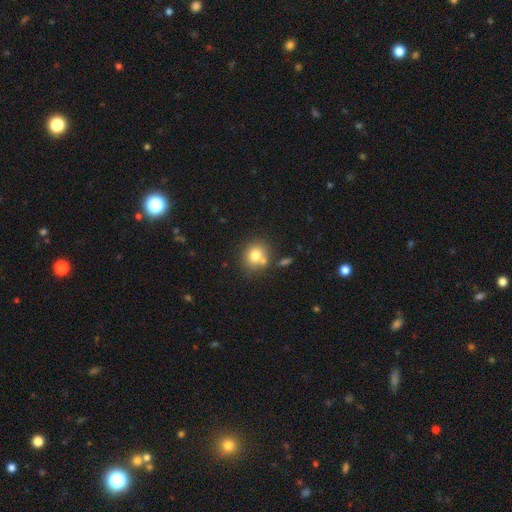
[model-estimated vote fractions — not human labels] A smooth galaxy with no disk features (77%) that is round (75%).

Vote fractions:
- Smooth or featured? smooth: 77% / featured or disk: 12% / star or artifact: 11%
- How rounded? round: 75% / in between: 24% / cigar-shaped: 1%
- Merging? none: 65% / merger: 17% / minor disturbance: 13% / major disturbance: 4%